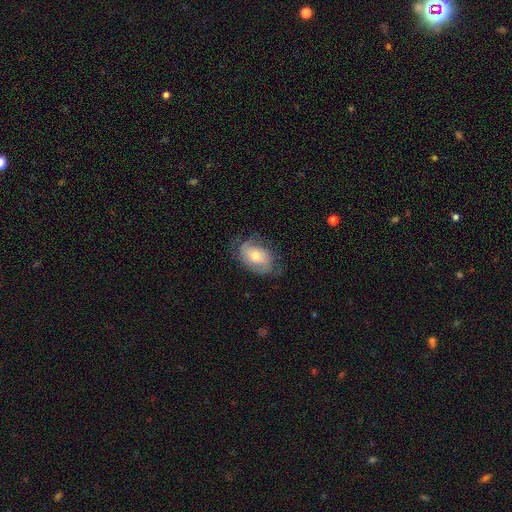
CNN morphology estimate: Overall: featured or disk (50%; smooth 43%). Edge-on disk: no (95%). Merging: none (61%; minor disturbance 25%).